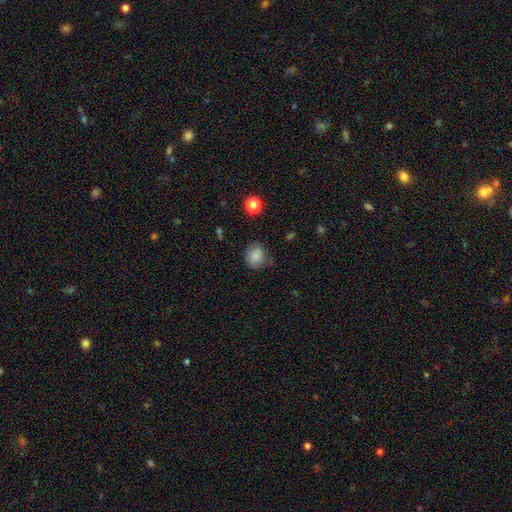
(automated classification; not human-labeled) A smooth galaxy with no disk features (83%) that is round (70%).

Vote fractions:
- Smooth or featured? smooth: 83% / star or artifact: 10% / featured or disk: 7%
- How rounded? round: 70% / in between: 29% / cigar-shaped: 1%
- Merging? none: 70% / minor disturbance: 22% / major disturbance: 6% / merger: 2%